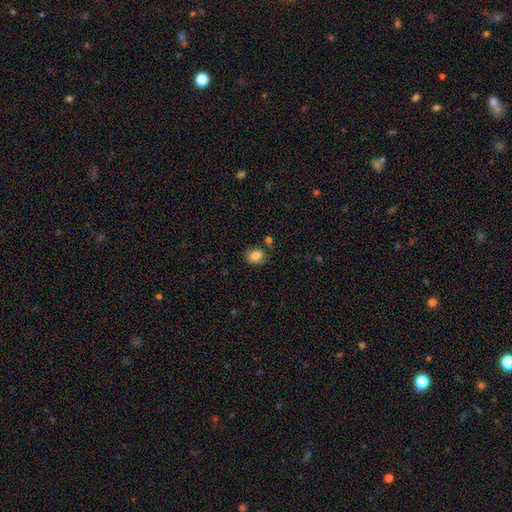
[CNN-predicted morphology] Smooth or featured? smooth (80%)
How rounded? in between (67%)
Merging? none (70%)